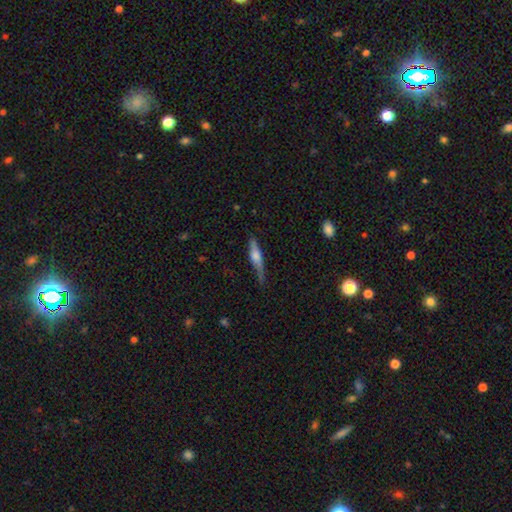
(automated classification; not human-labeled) Morphology: type=featured or disk (50%); merging=none (64%).